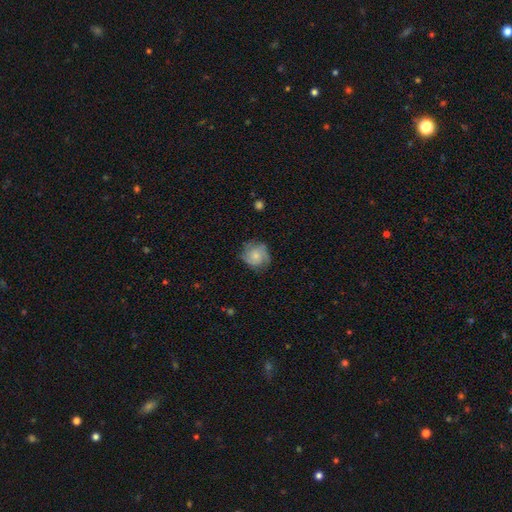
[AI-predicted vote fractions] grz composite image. It shows a smooth galaxy with no disk features (48%). Merging: none (68%).